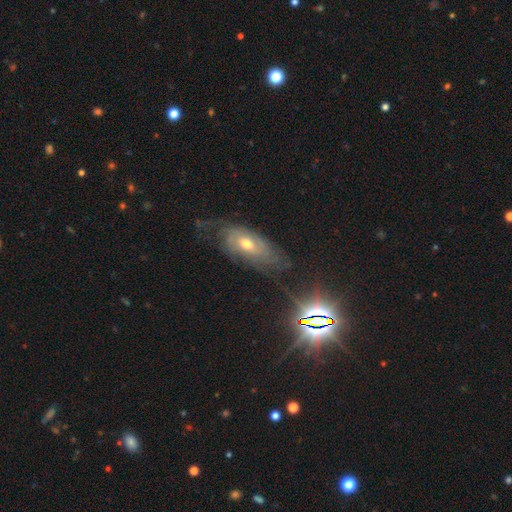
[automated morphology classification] Q: Smooth or featured?
A: featured or disk (43%); runner-up: star or artifact (32%)
Q: Merging?
A: none (73%); runner-up: minor disturbance (17%)